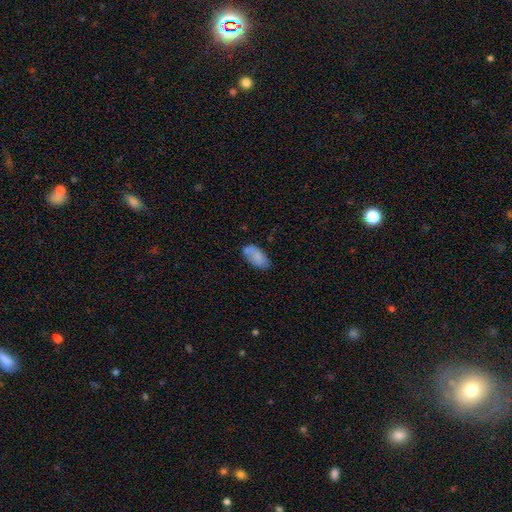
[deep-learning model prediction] Smooth or featured? Predicted: smooth (p=0.77). How rounded? Predicted: in between (p=0.93). Merging? Predicted: none (p=0.63).